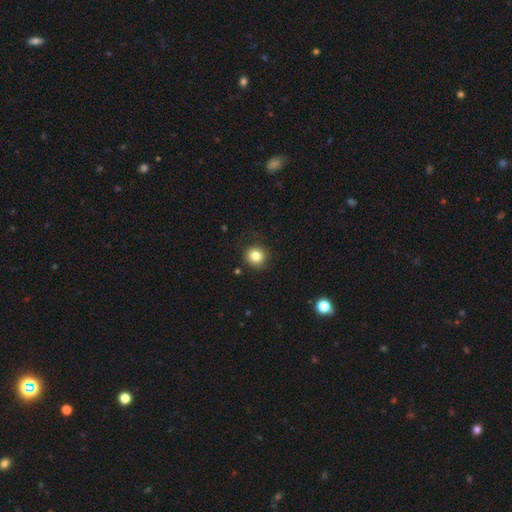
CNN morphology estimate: type=smooth (83%); roundness=round (91%); merging=none (86%).